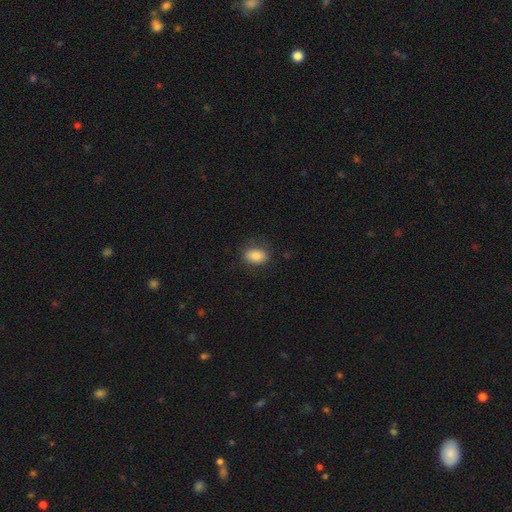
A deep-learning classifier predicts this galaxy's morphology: Overall: smooth (84%). How rounded: in between (81%). Merging: none (78%).